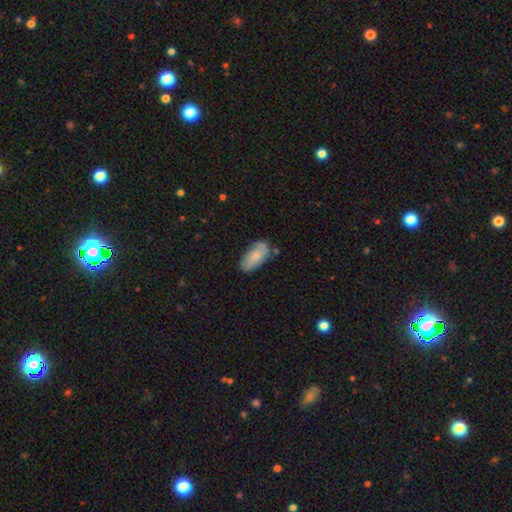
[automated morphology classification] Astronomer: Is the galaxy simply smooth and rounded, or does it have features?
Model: smooth — 68%.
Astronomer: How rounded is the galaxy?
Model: in between — 90%.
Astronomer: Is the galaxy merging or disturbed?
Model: none — 69%.